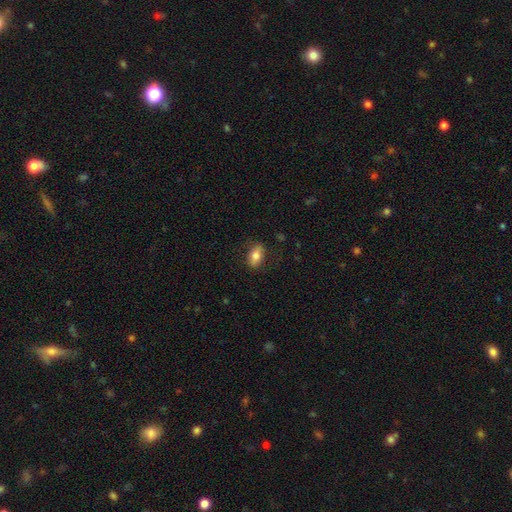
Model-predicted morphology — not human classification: Smooth or featured?
  - smooth: 75% *
  - featured or disk: 18%
  - star or artifact: 7%
How rounded?
  - in between: 86% *
  - round: 8%
  - cigar-shaped: 6%
Merging?
  - none: 80% *
  - minor disturbance: 15%
  - major disturbance: 4%
  - merger: 1%